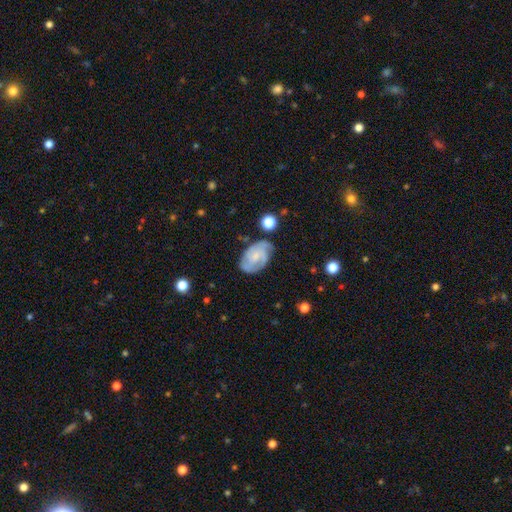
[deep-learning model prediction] Q: Smooth or featured?
A: featured or disk (73%); runner-up: smooth (21%)
Q: Edge-on disk?
A: no (97%); runner-up: yes (3%)
Q: Bar?
A: no (60%); runner-up: weak (34%)
Q: Spiral arms?
A: yes (93%); runner-up: no (7%)
Q: Spiral winding?
A: tight (52%); runner-up: medium (38%)
Q: Spiral arm count?
A: 2 (38%); runner-up: 3 (27%)
Q: Bulge size?
A: small (55%); runner-up: moderate (26%)
Q: Merging?
A: none (67%); runner-up: minor disturbance (23%)